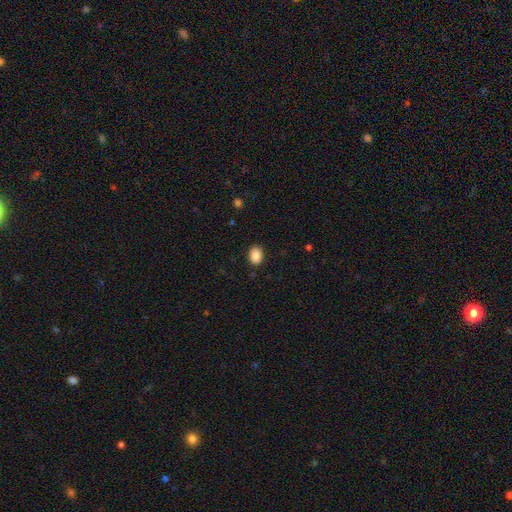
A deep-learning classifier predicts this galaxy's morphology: smooth_or_featured: smooth (p=0.88) [alt: star or artifact p=0.08]
how_rounded: in between (p=0.75) [alt: round p=0.24]
merging: none (p=0.88) [alt: minor disturbance p=0.09]